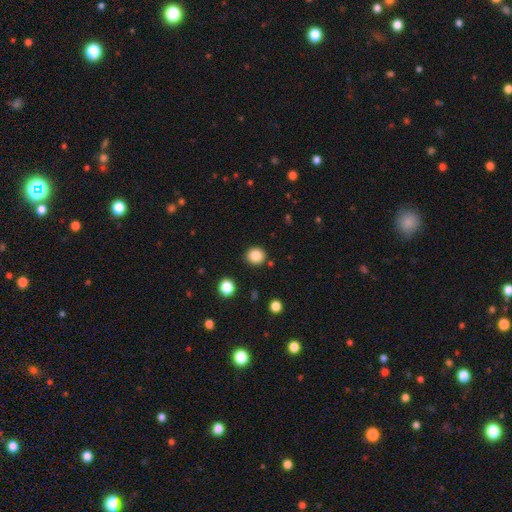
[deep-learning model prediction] A smooth galaxy with no disk features (85%) that is round (86%). Merging: none (88%).